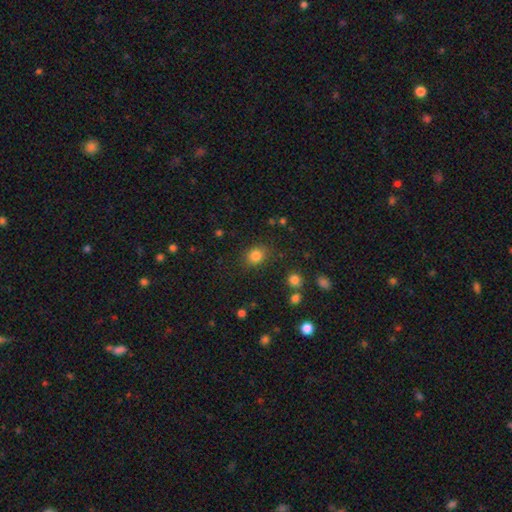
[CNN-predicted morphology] Q: Smooth or featured?
A: smooth (83%); runner-up: star or artifact (12%)
Q: How rounded?
A: round (67%); runner-up: in between (32%)
Q: Merging?
A: none (84%); runner-up: minor disturbance (10%)